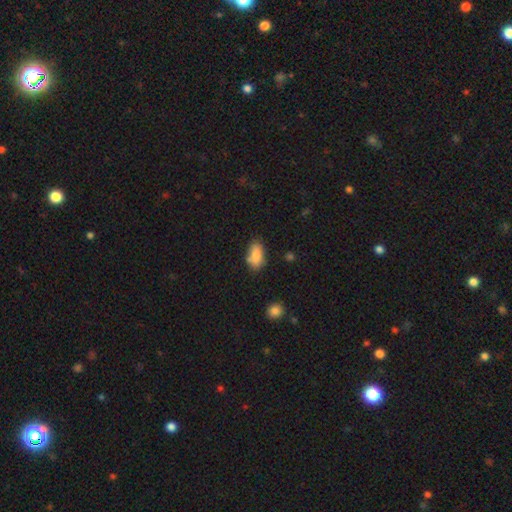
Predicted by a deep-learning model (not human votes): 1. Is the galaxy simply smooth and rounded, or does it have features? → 83% smooth, 9% featured or disk, 7% star or artifact.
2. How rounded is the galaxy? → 90% in between, 6% cigar-shaped, 4% round.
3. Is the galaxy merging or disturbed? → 71% none, 18% minor disturbance, 7% merger, 4% major disturbance.